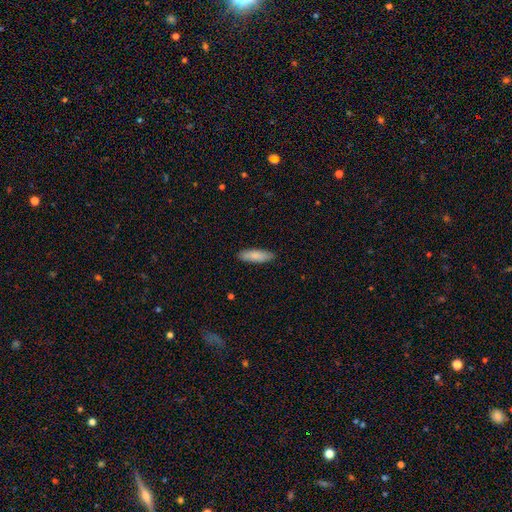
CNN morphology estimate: Smooth or featured? smooth (85%)
How rounded? cigar-shaped (52%)
Merging? none (89%)